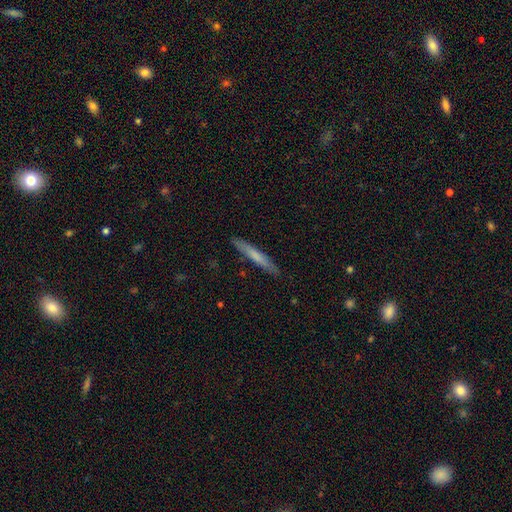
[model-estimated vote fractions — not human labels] A smooth galaxy with no disk features (65%) that is cigar-shaped (95%).

Vote fractions:
- Smooth or featured? smooth: 65% / featured or disk: 30% / star or artifact: 5%
- How rounded? cigar-shaped: 95% / in between: 3% / round: 1%
- Merging? none: 88% / minor disturbance: 9% / major disturbance: 2% / merger: 1%